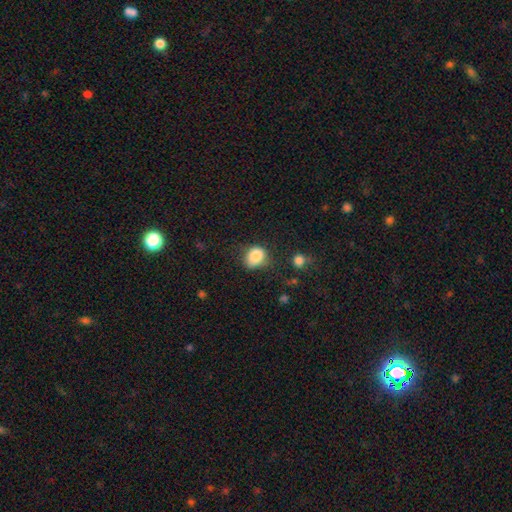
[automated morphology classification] A smooth galaxy with no disk features (85%) that is round (50%).

Vote fractions:
- Smooth or featured? smooth: 85% / star or artifact: 10% / featured or disk: 6%
- How rounded? round: 50% / in between: 49% / cigar-shaped: 1%
- Merging? none: 55% / minor disturbance: 30% / major disturbance: 11% / merger: 4%